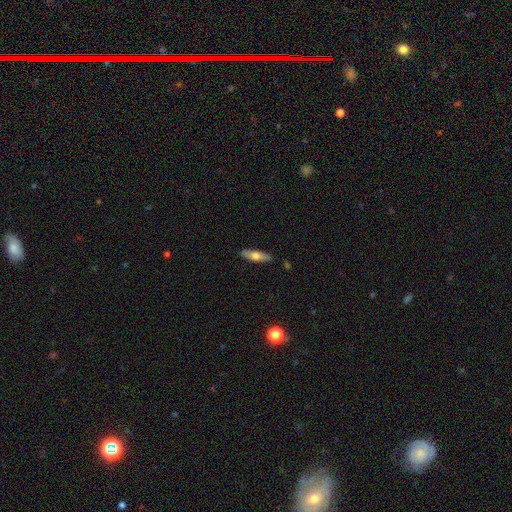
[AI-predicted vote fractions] smooth-or-featured: smooth: 60% | featured or disk: 34% | star or artifact: 6%
  how-rounded: cigar-shaped: 62% | in between: 36% | round: 2%
  merging: none: 87% | minor disturbance: 10% | major disturbance: 2% | merger: 1%